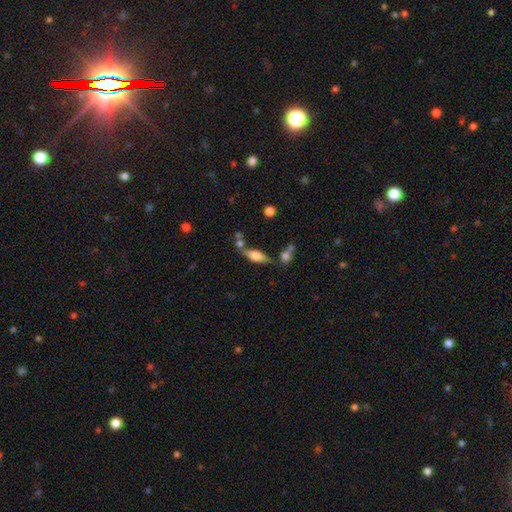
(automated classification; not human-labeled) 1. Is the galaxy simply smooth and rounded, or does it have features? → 56% smooth, 36% featured or disk, 8% star or artifact.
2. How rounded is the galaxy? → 62% in between, 34% cigar-shaped, 4% round.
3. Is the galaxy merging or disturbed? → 58% none, 18% merger, 17% minor disturbance, 7% major disturbance.